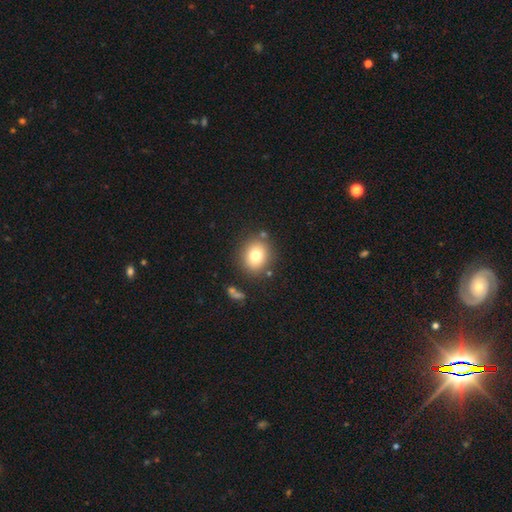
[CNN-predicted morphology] The model was most divided on "how rounded": round: 75%, in between: 25%, cigar-shaped: 1%. More confident: merging — none (84%); smooth or featured — smooth (77%).